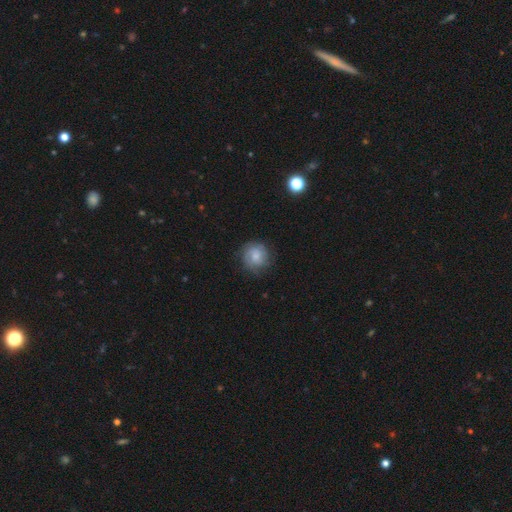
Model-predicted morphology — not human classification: The model was most divided on "smooth or featured": smooth: 63%, featured or disk: 29%, star or artifact: 8%. More confident: how rounded — round (89%); merging — none (75%).